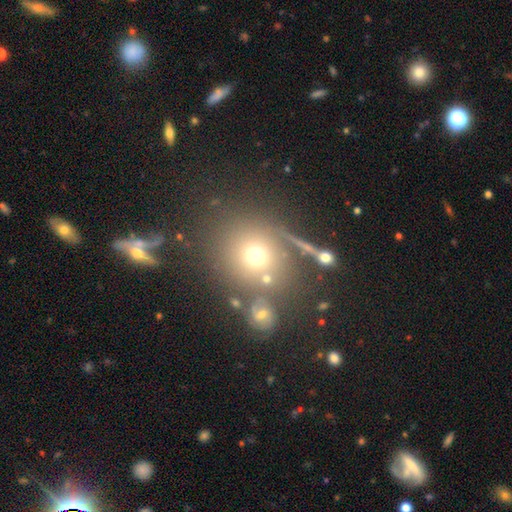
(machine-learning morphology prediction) A smooth galaxy with no disk features (65%) that is round (84%). Merging: none (71%).